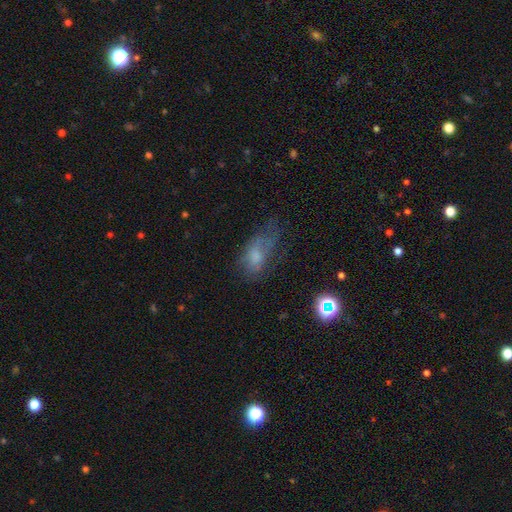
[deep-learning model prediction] smooth_or_featured: smooth (p=0.57) [alt: featured or disk p=0.30]
how_rounded: in between (p=0.85) [alt: cigar-shaped p=0.08]
merging: none (p=0.34) [tied with: major disturbance p=0.34]